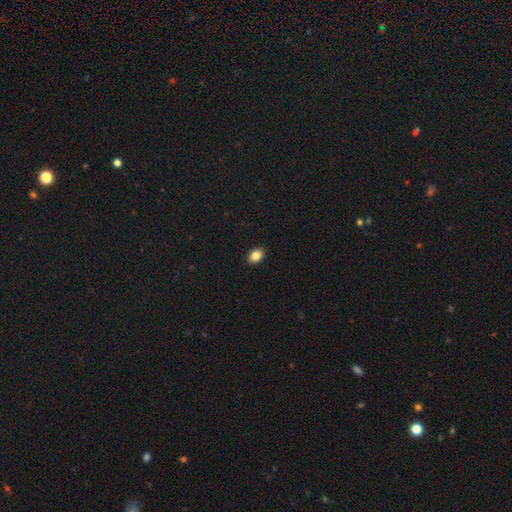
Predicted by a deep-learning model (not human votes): smooth_or_featured: smooth (p=0.85) [alt: star or artifact p=0.09]
how_rounded: in between (p=0.75) [alt: round p=0.24]
merging: none (p=0.91) [alt: minor disturbance p=0.07]